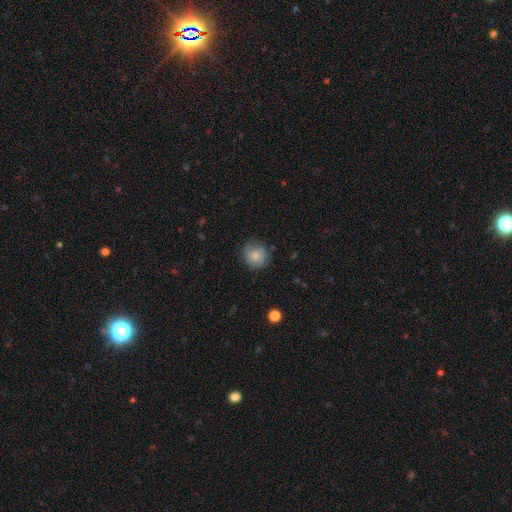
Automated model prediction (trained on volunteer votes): A smooth galaxy with no disk features (81%) that is round (88%). Merging: none (74%).